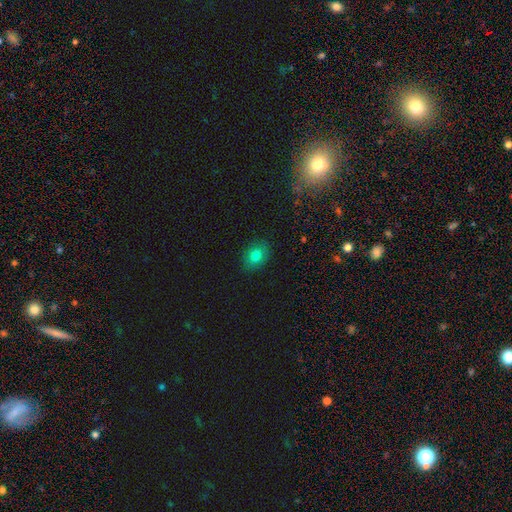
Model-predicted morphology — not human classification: A smooth galaxy with no disk features (79%) that is in between round and cigar-shaped (69%).

Vote fractions:
- Smooth or featured? smooth: 79% / star or artifact: 11% / featured or disk: 10%
- How rounded? in between: 69% / round: 30% / cigar-shaped: 1%
- Merging? none: 86% / minor disturbance: 11% / major disturbance: 2% / merger: 1%